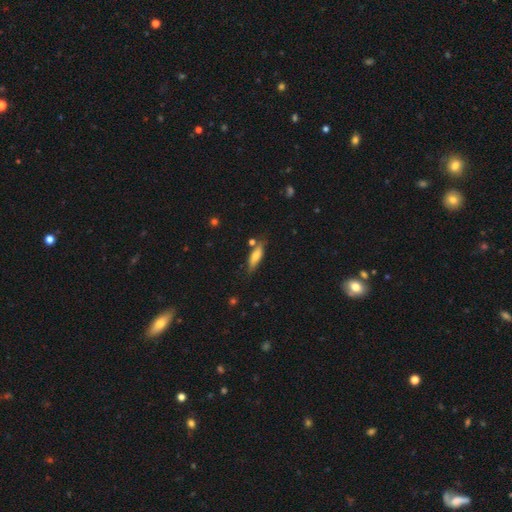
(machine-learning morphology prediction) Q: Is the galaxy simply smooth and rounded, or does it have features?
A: smooth — 67%.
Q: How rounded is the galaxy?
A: cigar-shaped — 56%.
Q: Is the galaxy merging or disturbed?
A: none — 71%.